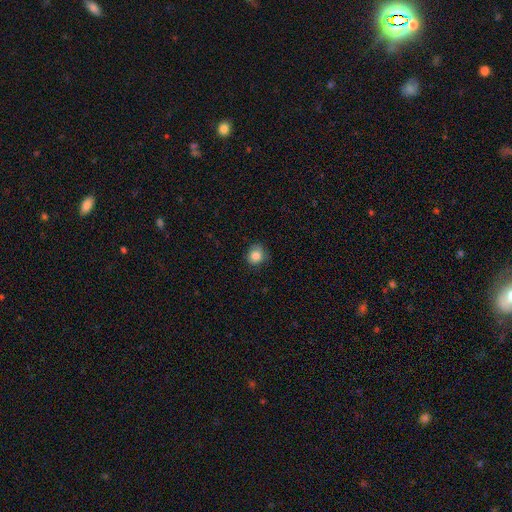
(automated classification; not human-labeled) Smooth or featured: smooth — 83% (star or artifact — 9%)
How rounded: round — 83% (in between — 16%)
Merging: none — 73% (minor disturbance — 21%)